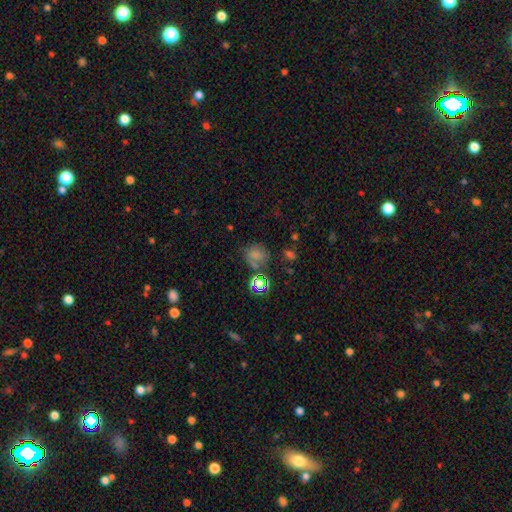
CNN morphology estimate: This appears to be a smooth galaxy with no disk features (57%) that is round (67%). Merging: none (58%).